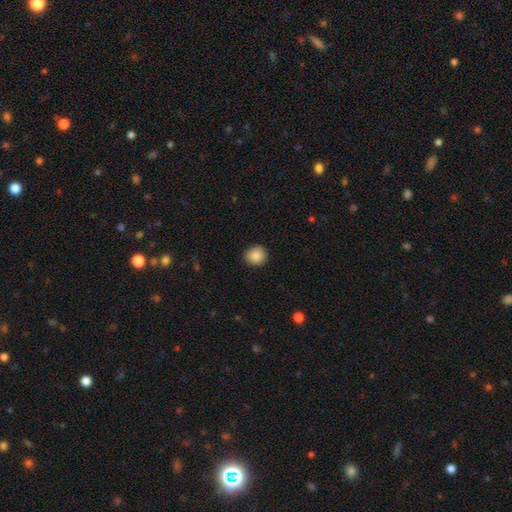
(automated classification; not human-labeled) The model was most divided on "how rounded": round: 85%, in between: 14%, cigar-shaped: 1%. More confident: merging — none (90%); smooth or featured — smooth (88%).